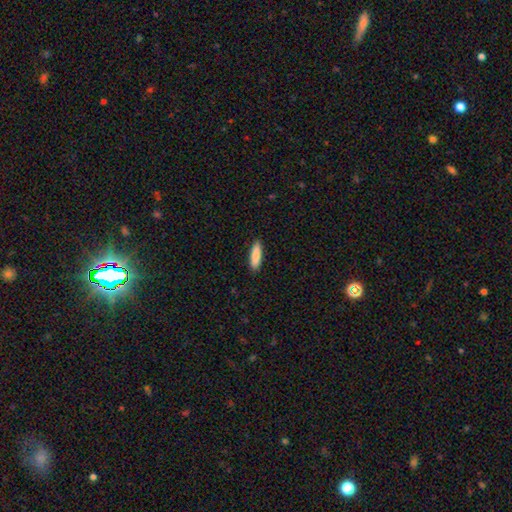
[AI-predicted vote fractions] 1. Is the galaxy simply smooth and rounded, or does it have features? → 87% smooth, 8% featured or disk, 5% star or artifact.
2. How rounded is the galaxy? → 64% cigar-shaped, 35% in between, 2% round.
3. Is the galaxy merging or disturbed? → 90% none, 7% minor disturbance, 2% major disturbance, 1% merger.